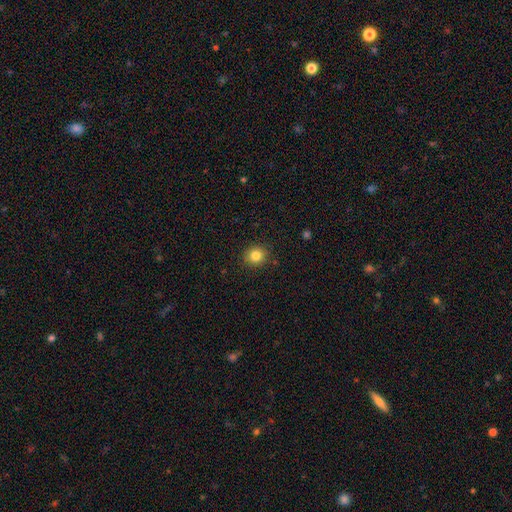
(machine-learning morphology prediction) This appears to be a smooth galaxy with no disk features (83%) that is round (86%). Merging: none (90%).